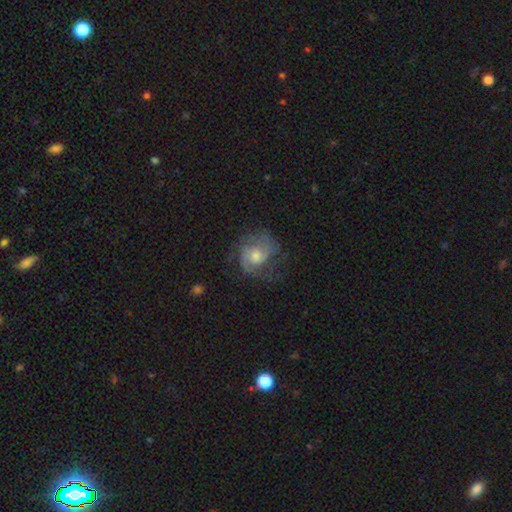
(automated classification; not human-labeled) A featured or disk galaxy (66%) with no bar (72%), 2 (43%) medium (45%) spiral arms (86%) and a moderate central bulge (56%).

Vote fractions:
- Smooth or featured? featured or disk: 66% / smooth: 26% / star or artifact: 8%
- Edge-on disk? no: 98% / yes: 2%
- Bar? no: 72% / weak: 24% / strong: 3%
- Spiral arms? yes: 86% / no: 14%
- Spiral winding? medium: 45% / tight: 34% / loose: 21%
- Spiral arm count? 2: 43% / can't tell: 27% / 3: 16% / 1: 7% / 4: 4% / more than 4: 3%
- Bulge size? moderate: 56% / small: 34% / large: 6% / none: 3% / dominant: 1%
- Merging? none: 54% / minor disturbance: 23% / major disturbance: 21% / merger: 1%